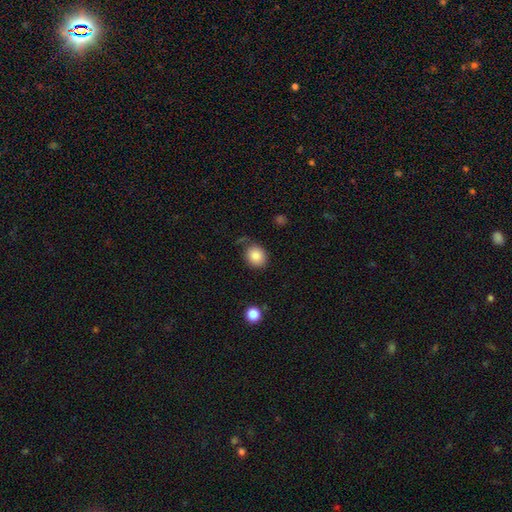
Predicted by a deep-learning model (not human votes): A smooth galaxy with no disk features (86%) that is round (66%). Merging: none (73%).